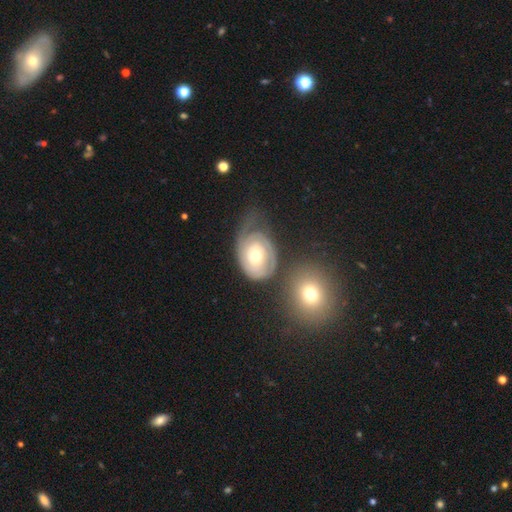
Q: Smooth or featured?
A: featured or disk (86%); runner-up: smooth (11%)
Q: Edge-on disk?
A: no (97%); runner-up: yes (3%)
Q: Bar?
A: no (73%); runner-up: weak (27%)
Q: Spiral arms?
A: yes (87%); runner-up: no (13%)
Q: Spiral winding?
A: tight (77%); runner-up: medium (12%)
Q: Spiral arm count?
A: can't tell (35%); runner-up: 1 (27%)
Q: Bulge size?
A: moderate (63%); runner-up: small (30%)
Q: Merging?
A: none (51%); runner-up: major disturbance (26%)